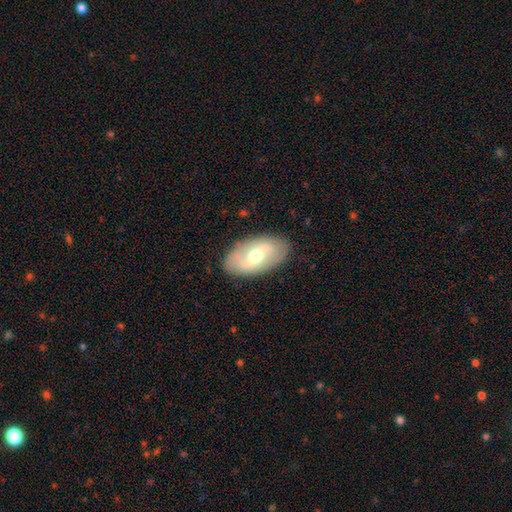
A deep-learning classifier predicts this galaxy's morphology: A featured or disk galaxy (53%). Merging: none (86%).